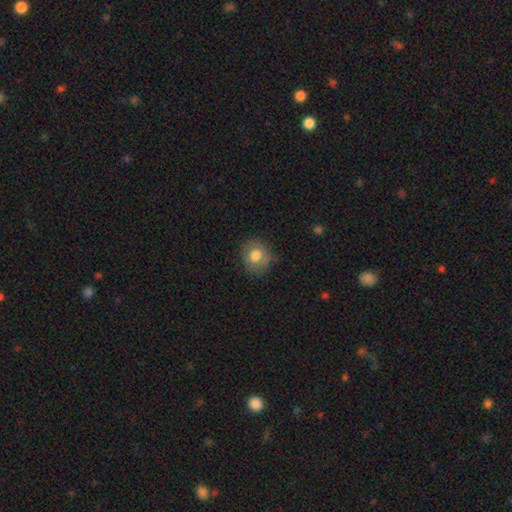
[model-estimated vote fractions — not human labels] Smooth or featured?
  - smooth: 75% *
  - featured or disk: 16%
  - star or artifact: 9%
How rounded?
  - round: 76% *
  - in between: 23%
  - cigar-shaped: 1%
Merging?
  - none: 73% *
  - minor disturbance: 20%
  - major disturbance: 6%
  - merger: 2%